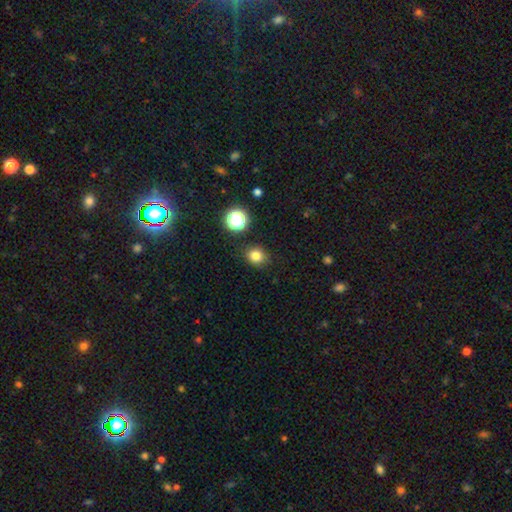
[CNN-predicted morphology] Smooth or featured? Predicted: smooth (p=0.80). How rounded? Predicted: round (p=0.78). Merging? Predicted: none (p=0.87).